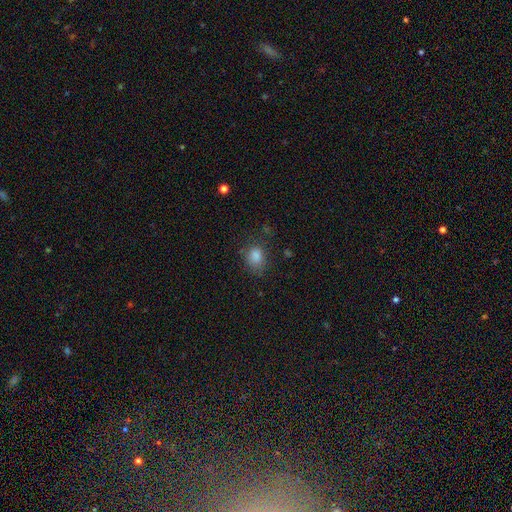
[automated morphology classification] Smooth or featured? Predicted: smooth (p=0.81). How rounded? Predicted: in between (p=0.53). Merging? Predicted: none (p=0.73).